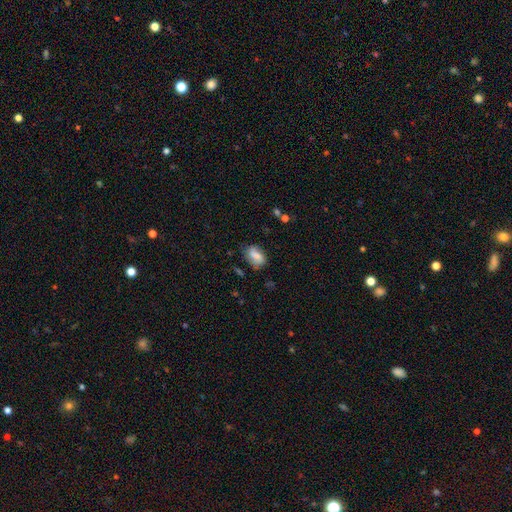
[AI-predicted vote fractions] A smooth galaxy with no disk features (64%) that is in between round and cigar-shaped (84%). Merging: none (59%).